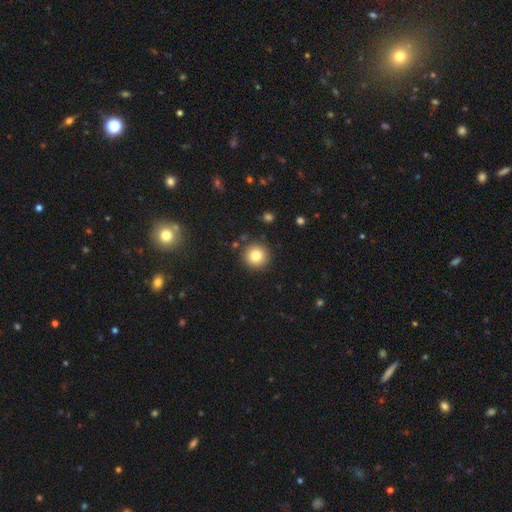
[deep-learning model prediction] smooth_or_featured: smooth (p=0.80) [alt: star or artifact p=0.11]
how_rounded: round (p=0.95) [alt: in between p=0.04]
merging: none (p=0.89) [alt: minor disturbance p=0.06]